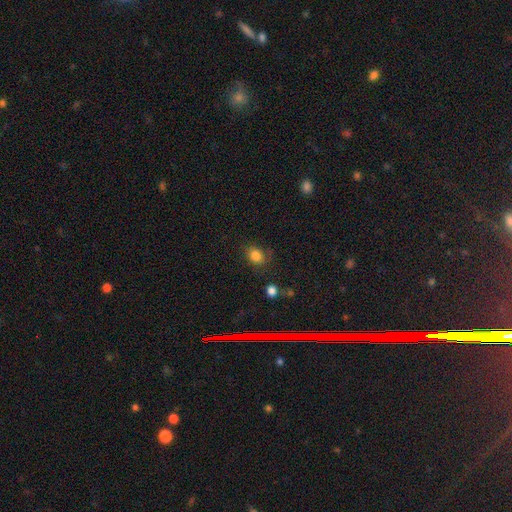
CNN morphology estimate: This appears to be a smooth galaxy with no disk features (82%) that is round (55%). Merging: none (71%).